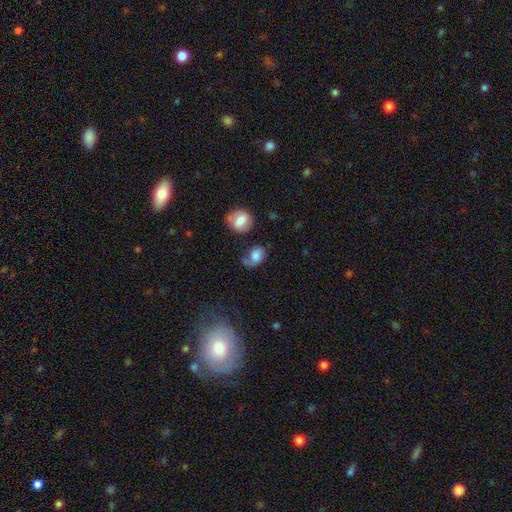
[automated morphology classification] A smooth galaxy with no disk features (68%) that is in between round and cigar-shaped (61%).

Vote fractions:
- Smooth or featured? smooth: 68% / featured or disk: 22% / star or artifact: 9%
- How rounded? in between: 61% / round: 37% / cigar-shaped: 1%
- Merging? none: 36% / minor disturbance: 28% / major disturbance: 25% / merger: 11%